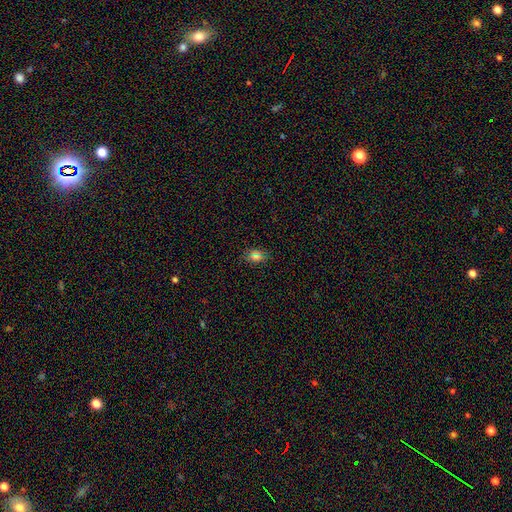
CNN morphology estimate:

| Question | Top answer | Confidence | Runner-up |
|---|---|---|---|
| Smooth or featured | smooth | 71% | star or artifact (20%) |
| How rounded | in between | 78% | round (19%) |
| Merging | none | 84% | minor disturbance (12%) |